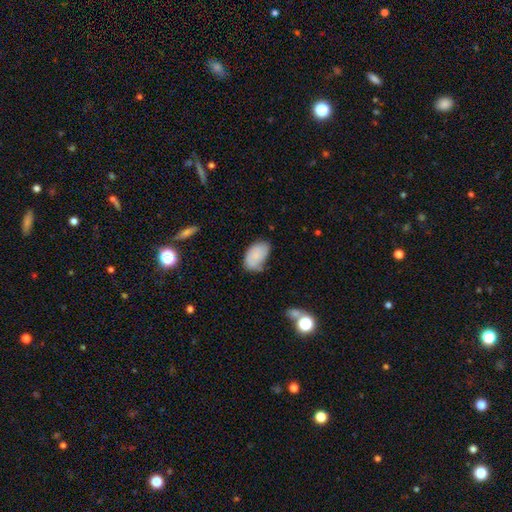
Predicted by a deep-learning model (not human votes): smooth 81%, featured or disk 12%, star or artifact 7%. Down the decision tree: how rounded — in between (92%); merging — none (52%).